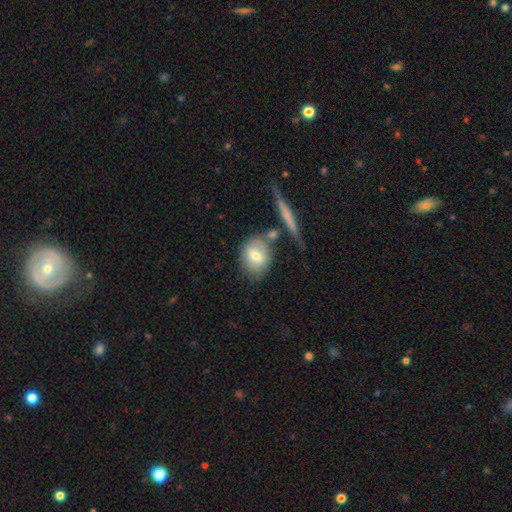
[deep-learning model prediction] A smooth galaxy with no disk features (68%) that is in between round and cigar-shaped (50%).

Vote fractions:
- Smooth or featured? smooth: 68% / featured or disk: 25% / star or artifact: 7%
- How rounded? in between: 50% / round: 47% / cigar-shaped: 3%
- Merging? none: 57% / minor disturbance: 19% / merger: 18% / major disturbance: 7%